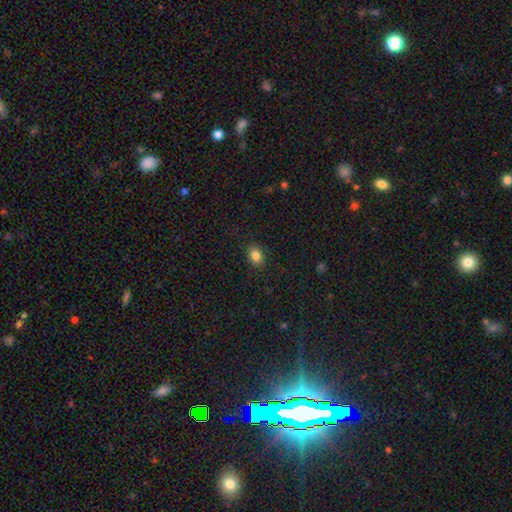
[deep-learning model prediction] This appears to be a smooth galaxy with no disk features (85%) that is in between round and cigar-shaped (66%). Merging: none (88%).